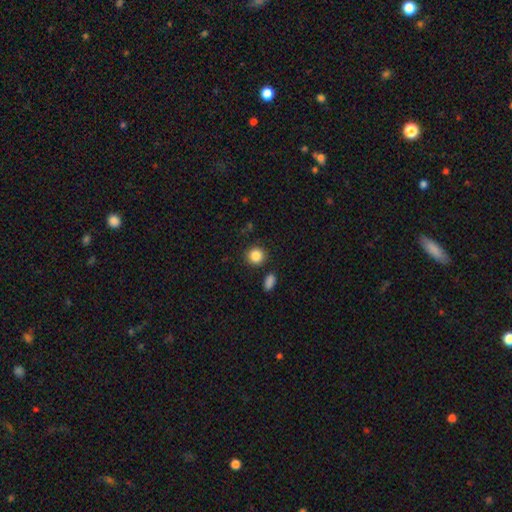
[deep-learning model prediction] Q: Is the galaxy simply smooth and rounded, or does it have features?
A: smooth — 87%.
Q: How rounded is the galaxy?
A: round — 88%.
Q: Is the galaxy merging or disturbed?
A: none — 87%.